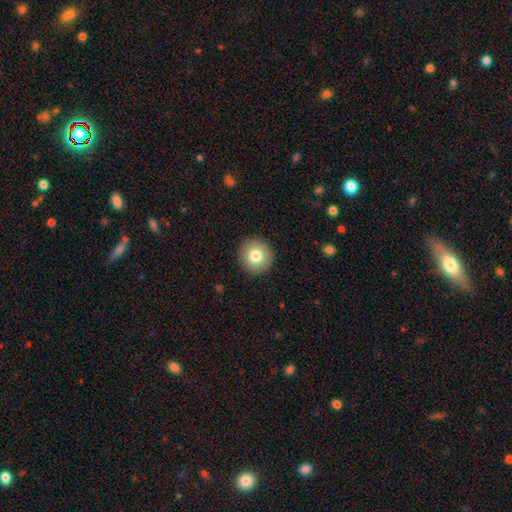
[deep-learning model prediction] Smooth or featured?
  - smooth: 80% *
  - featured or disk: 11%
  - star or artifact: 9%
How rounded?
  - round: 93% *
  - in between: 6%
  - cigar-shaped: 1%
Merging?
  - none: 92% *
  - minor disturbance: 5%
  - major disturbance: 2%
  - merger: 1%